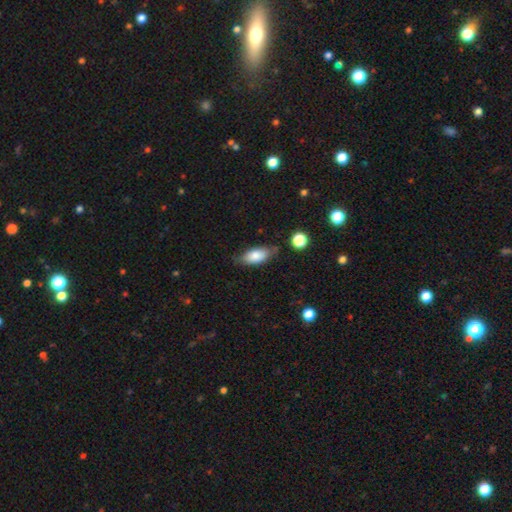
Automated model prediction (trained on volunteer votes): Smooth or featured: smooth — 80% (featured or disk — 13%)
How rounded: in between — 85% (cigar-shaped — 12%)
Merging: none — 70% (minor disturbance — 22%)